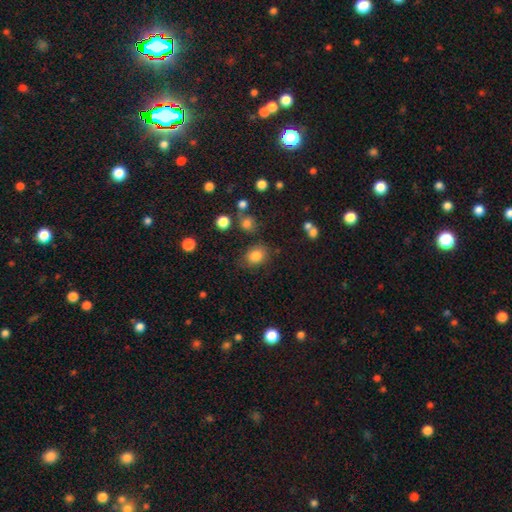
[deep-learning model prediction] This is clearly a smooth galaxy (82%). How rounded: possibly round (54%). Merging: likely none (78%).